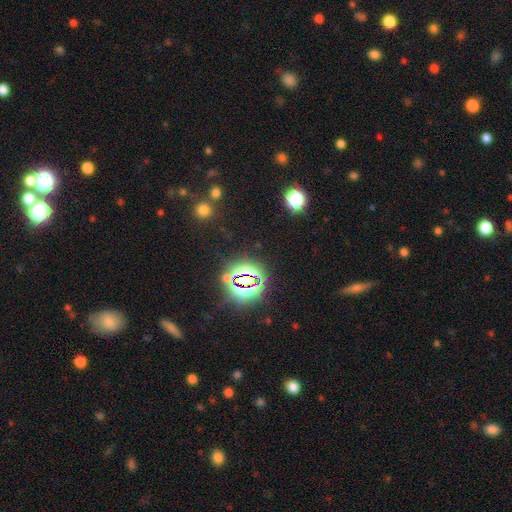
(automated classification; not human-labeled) Smooth or featured?
  - star or artifact: 74% *
  - smooth: 18%
  - featured or disk: 8%